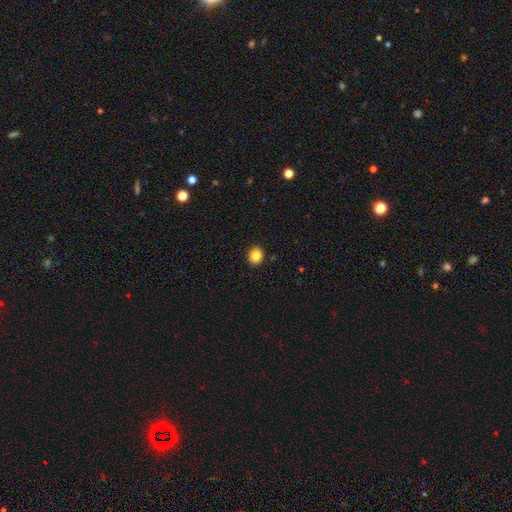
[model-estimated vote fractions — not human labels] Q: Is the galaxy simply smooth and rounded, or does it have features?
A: smooth — 84%.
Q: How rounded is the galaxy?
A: round — 77%.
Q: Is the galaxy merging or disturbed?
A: none — 91%.